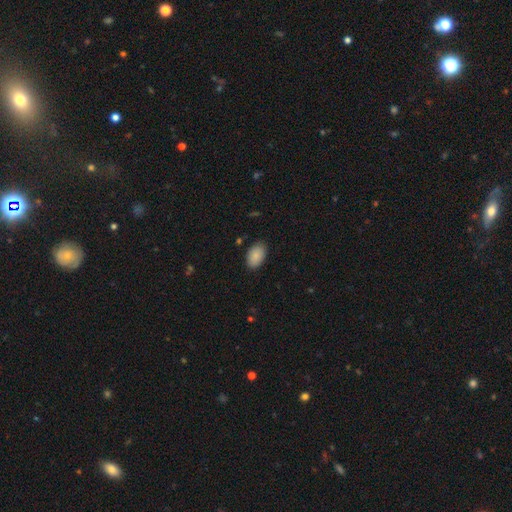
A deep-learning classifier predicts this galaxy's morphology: type=smooth (88%); roundness=in between (93%); merging=none (86%).